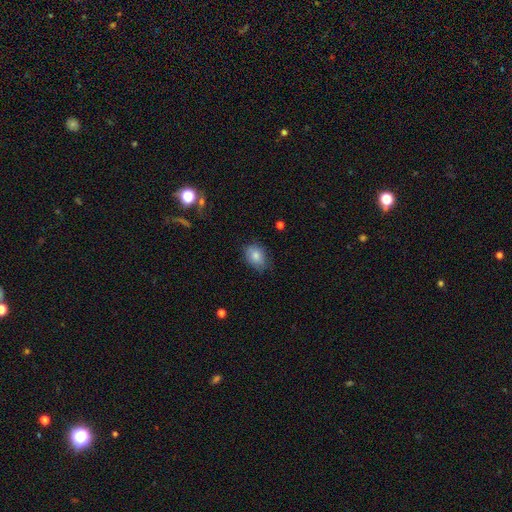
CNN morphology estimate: type=smooth (82%); roundness=in between (66%); merging=none (72%).